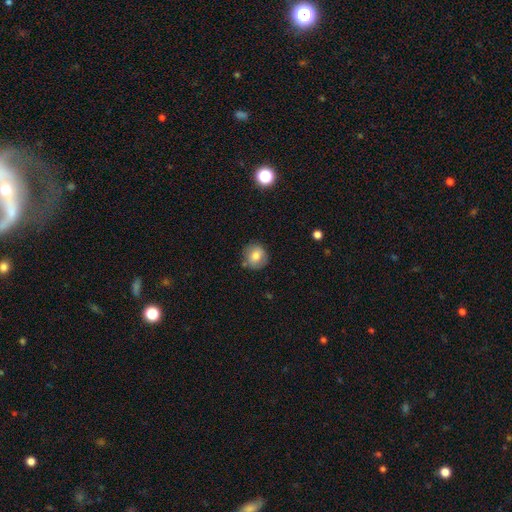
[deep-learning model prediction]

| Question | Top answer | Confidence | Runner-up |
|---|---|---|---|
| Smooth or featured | smooth | 76% | featured or disk (15%) |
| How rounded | round | 86% | in between (13%) |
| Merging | none | 79% | minor disturbance (15%) |